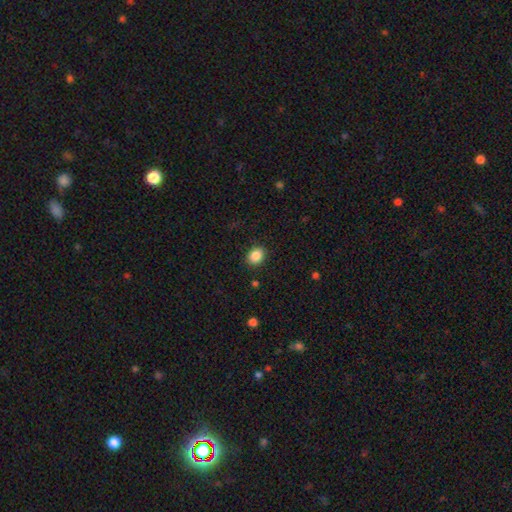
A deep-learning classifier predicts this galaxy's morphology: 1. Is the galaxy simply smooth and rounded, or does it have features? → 87% smooth, 9% star or artifact, 4% featured or disk.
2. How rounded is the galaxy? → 52% in between, 47% round, 1% cigar-shaped.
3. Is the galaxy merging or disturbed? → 88% none, 8% minor disturbance, 2% major disturbance, 1% merger.